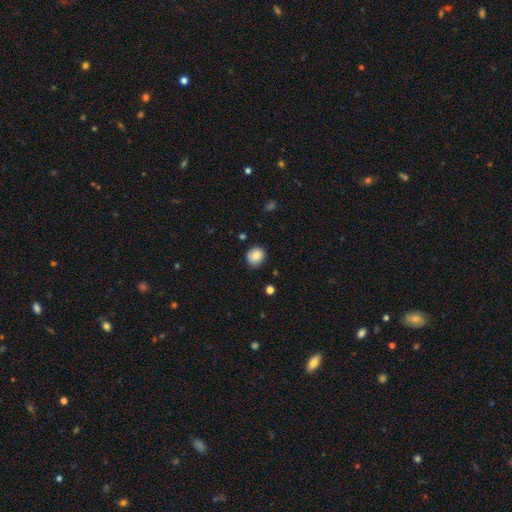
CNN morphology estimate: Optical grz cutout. It shows a smooth galaxy with no disk features (84%) that is round (76%). Merging: none (77%).